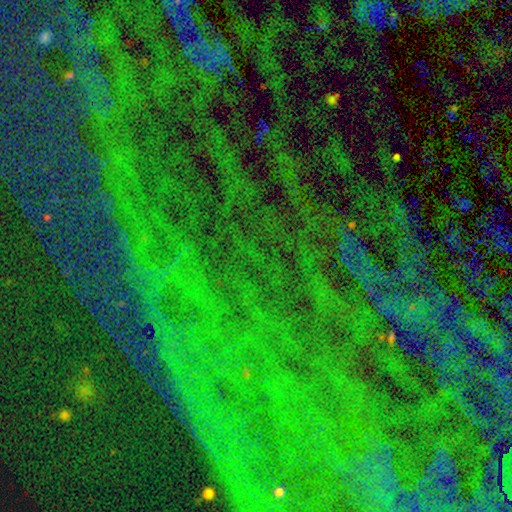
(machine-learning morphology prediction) Smooth or featured?
  - star or artifact: 83% *
  - smooth: 9%
  - featured or disk: 8%